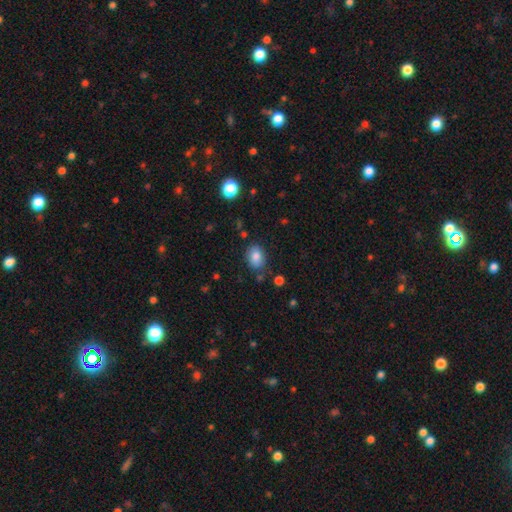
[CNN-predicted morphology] Smooth or featured: smooth — 84% (star or artifact — 9%)
How rounded: in between — 75% (round — 24%)
Merging: none — 80% (minor disturbance — 14%)